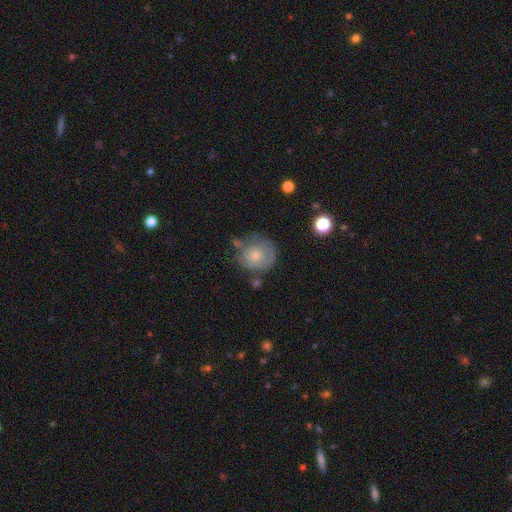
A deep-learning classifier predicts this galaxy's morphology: A smooth galaxy with no disk features (50%).

Vote fractions:
- Smooth or featured? smooth: 50% / featured or disk: 42% / star or artifact: 8%
- Merging? none: 48% / minor disturbance: 29% / major disturbance: 16% / merger: 7%